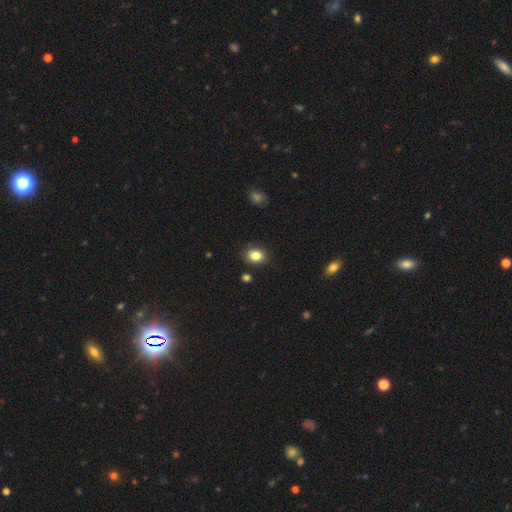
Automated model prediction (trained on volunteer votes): Q: Smooth or featured?
A: smooth (84%); runner-up: star or artifact (10%)
Q: How rounded?
A: in between (52%); runner-up: round (47%)
Q: Merging?
A: none (86%); runner-up: minor disturbance (10%)